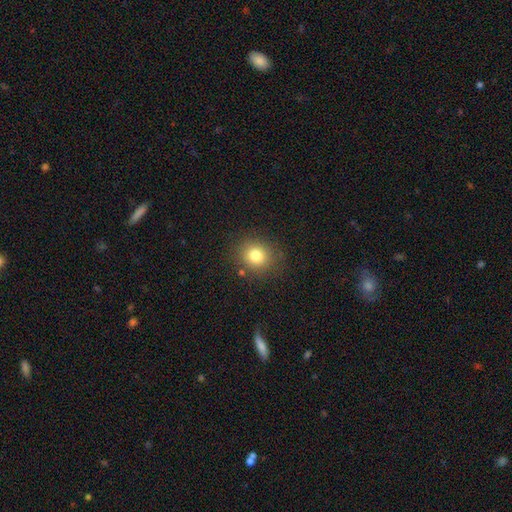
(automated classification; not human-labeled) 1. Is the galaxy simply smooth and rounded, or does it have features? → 79% smooth, 13% star or artifact, 8% featured or disk.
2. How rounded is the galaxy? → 81% round, 18% in between, 1% cigar-shaped.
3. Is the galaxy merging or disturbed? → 85% none, 9% minor disturbance, 4% major disturbance, 2% merger.